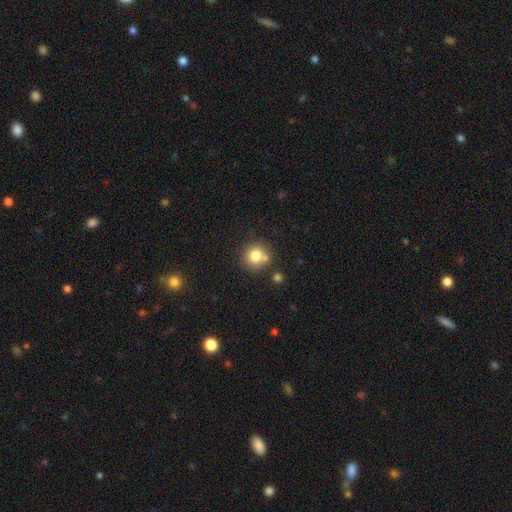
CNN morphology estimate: A smooth galaxy with no disk features (78%) that is round (91%). Merging: none (68%).